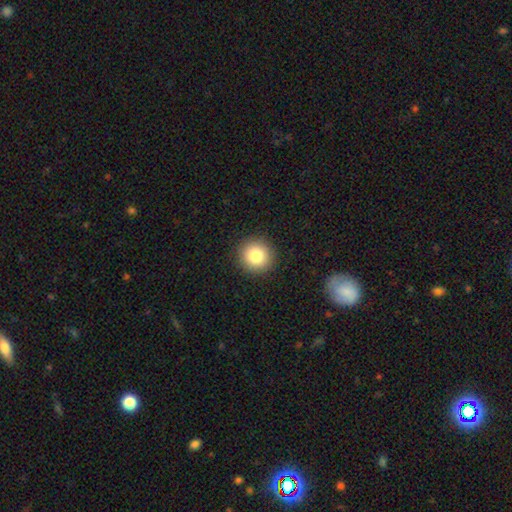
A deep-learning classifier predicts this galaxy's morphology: smooth_or_featured: smooth (p=0.82) [alt: star or artifact p=0.10]
how_rounded: round (p=0.94) [alt: in between p=0.05]
merging: none (p=0.92) [alt: minor disturbance p=0.05]